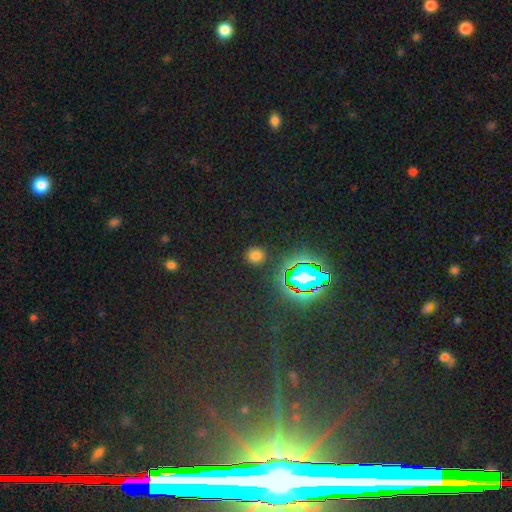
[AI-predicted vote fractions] Smooth or featured? smooth (67%)
How rounded? round (87%)
Merging? none (89%)